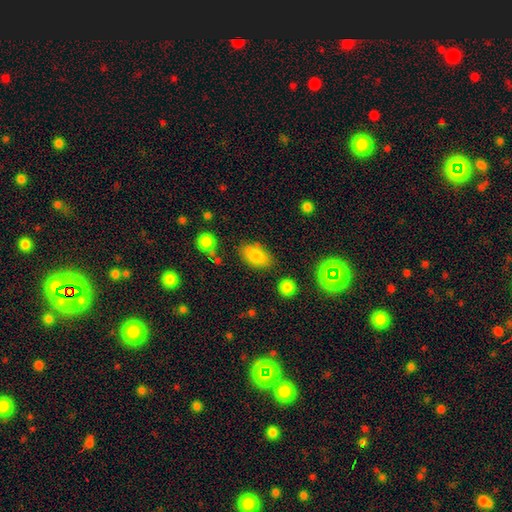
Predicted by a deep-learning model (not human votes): Smooth or featured?
  - smooth: 82% *
  - star or artifact: 9%
  - featured or disk: 9%
How rounded?
  - in between: 90% *
  - round: 7%
  - cigar-shaped: 3%
Merging?
  - none: 77% *
  - minor disturbance: 14%
  - merger: 5%
  - major disturbance: 4%